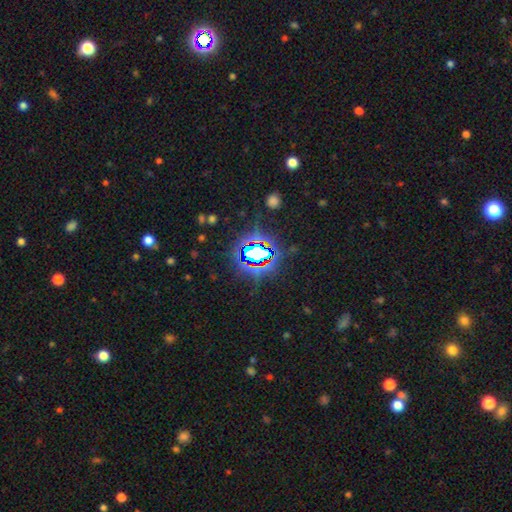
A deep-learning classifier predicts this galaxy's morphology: This appears to be a star or artifact, not a galaxy (76%).